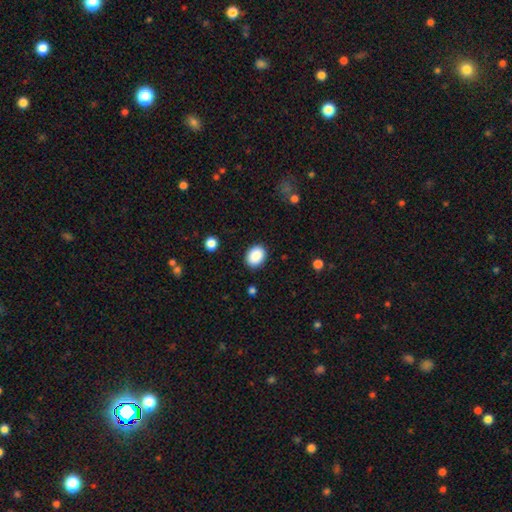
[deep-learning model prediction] Q: Smooth or featured?
A: smooth (90%); runner-up: star or artifact (8%)
Q: How rounded?
A: in between (67%); runner-up: round (32%)
Q: Merging?
A: none (88%); runner-up: minor disturbance (9%)